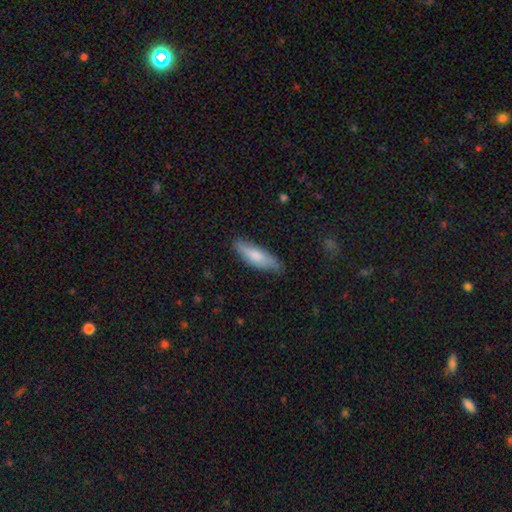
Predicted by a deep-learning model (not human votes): Smooth or featured?
  - smooth: 75% *
  - featured or disk: 20%
  - star or artifact: 5%
How rounded?
  - cigar-shaped: 58% *
  - in between: 41%
  - round: 2%
Merging?
  - none: 76% *
  - minor disturbance: 19%
  - major disturbance: 3%
  - merger: 1%